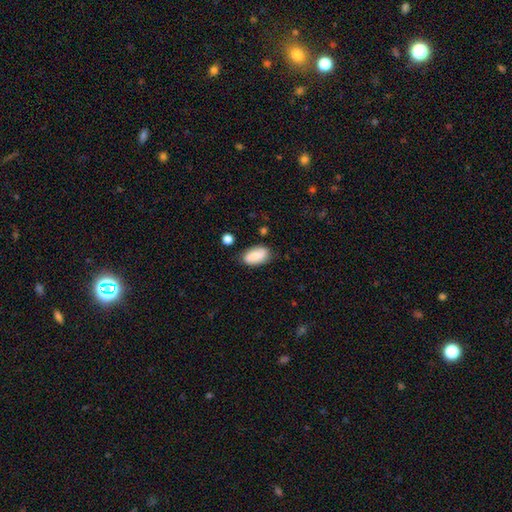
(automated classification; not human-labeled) Smooth or featured? smooth (75%)
How rounded? in between (93%)
Merging? none (75%)